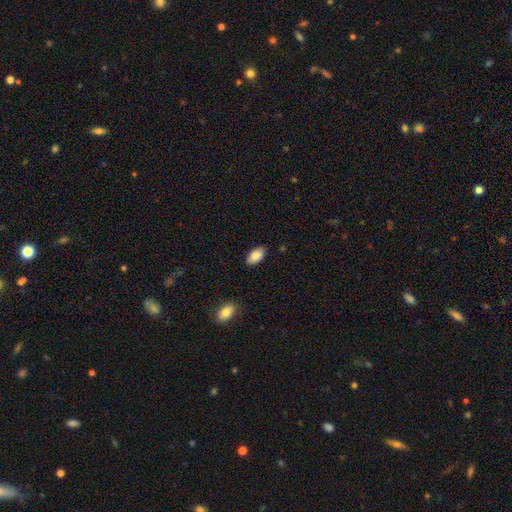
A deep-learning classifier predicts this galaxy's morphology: The model was most divided on "merging": none: 86%, minor disturbance: 11%, major disturbance: 2%, merger: 1%. More confident: how rounded — in between (94%); smooth or featured — smooth (88%).